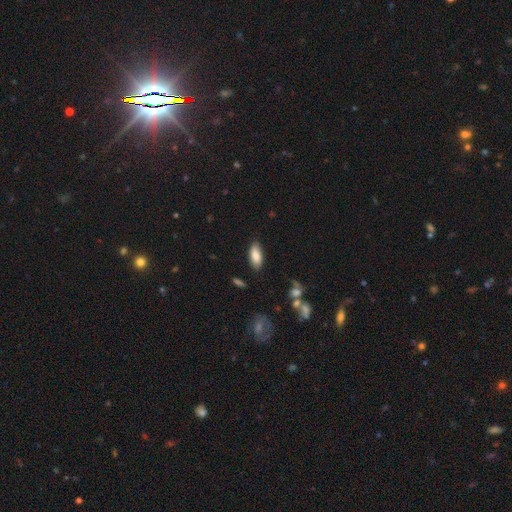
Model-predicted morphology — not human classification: Smooth or featured: smooth — 84% (featured or disk — 9%)
How rounded: in between — 85% (cigar-shaped — 13%)
Merging: none — 84% (minor disturbance — 12%)